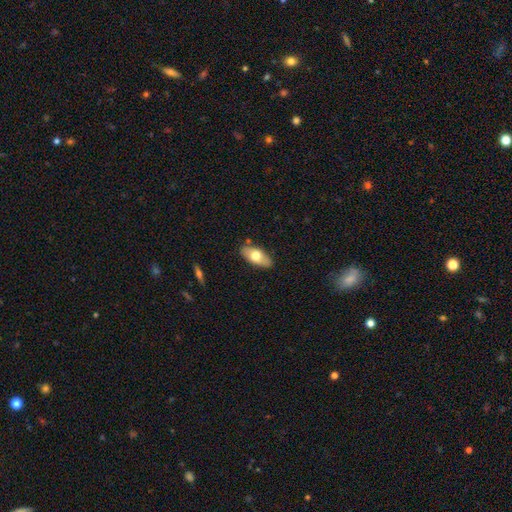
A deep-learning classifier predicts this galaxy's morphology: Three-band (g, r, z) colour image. It shows a smooth galaxy with no disk features (63%) that is in between round and cigar-shaped (88%). Merging: none (84%).